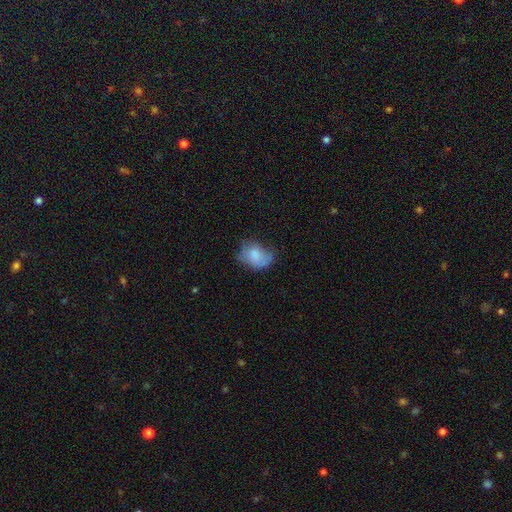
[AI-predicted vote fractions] The model was most divided on "merging": none: 41%, minor disturbance: 36%, major disturbance: 21%, merger: 3%. More confident: smooth or featured — smooth (70%); how rounded — in between (67%).